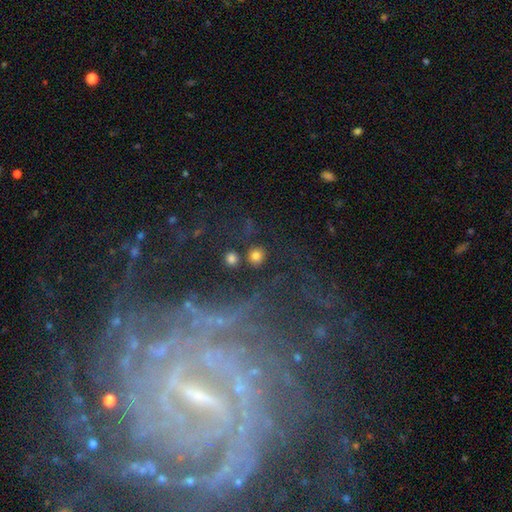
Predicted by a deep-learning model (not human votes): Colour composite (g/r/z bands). It shows a smooth galaxy with no disk features (78%) that is round (90%). Merging: none (82%).